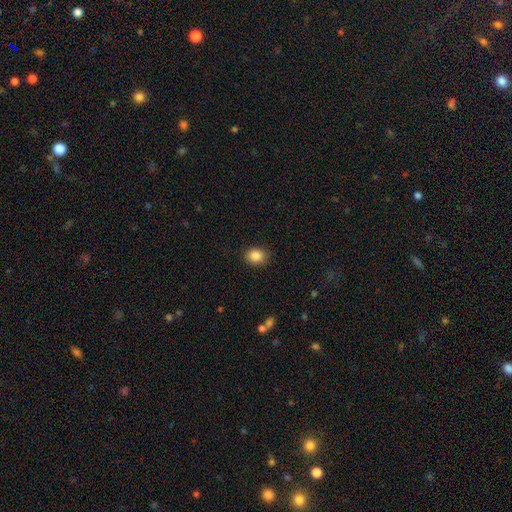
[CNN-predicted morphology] Smooth or featured? smooth (86%)
How rounded? round (54%)
Merging? none (88%)